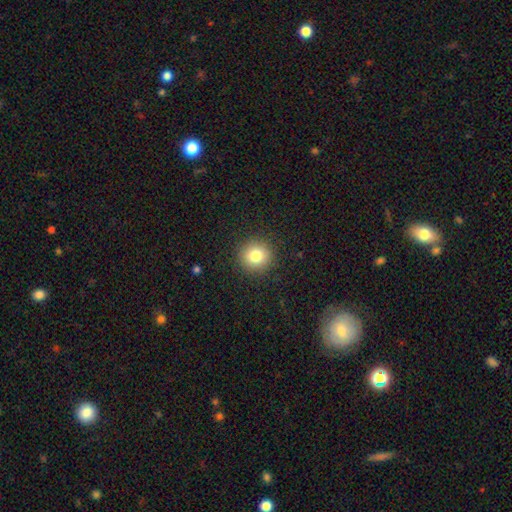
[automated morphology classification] This is clearly a smooth galaxy (80%). How rounded: clearly round (93%). Merging: clearly none (91%).